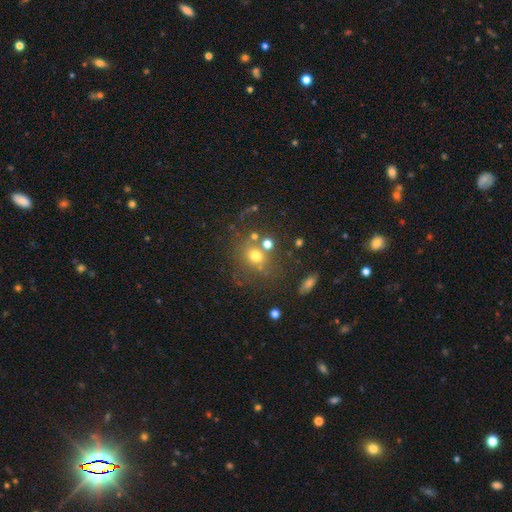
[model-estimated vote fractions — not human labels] Morphology: type=smooth (67%); roundness=round (77%); merging=none (64%).